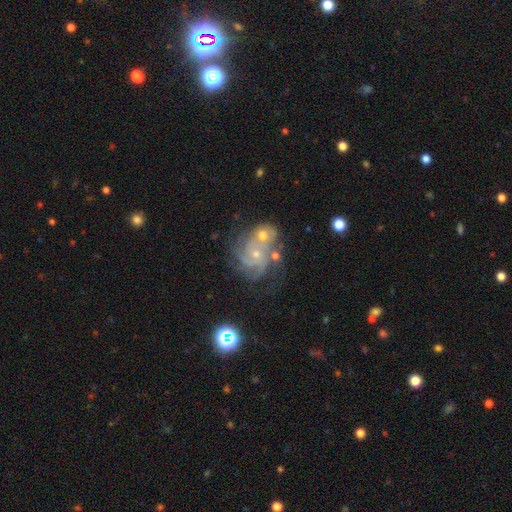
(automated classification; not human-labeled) Overall: featured or disk (79%). Edge-on disk: no (98%). Bar: no (75%). Spiral arms: yes (91%). Spiral arm count: 3 (32%; can't tell 27%). Spiral winding: tight (50%; medium 39%). Bulge size: small (64%; moderate 30%). Merging: merger (41%; none 33%).